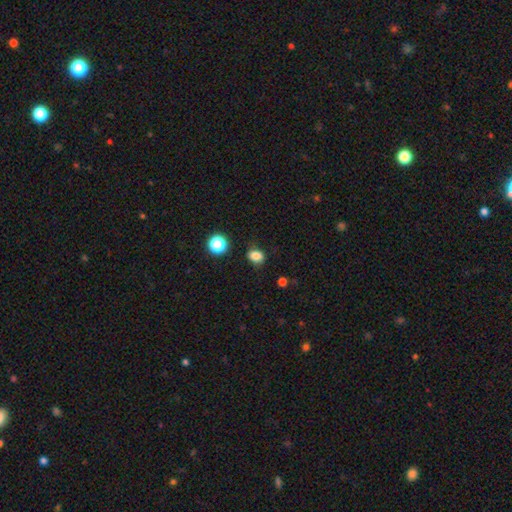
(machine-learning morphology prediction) smooth_or_featured: smooth (p=0.83) [alt: star or artifact p=0.12]
how_rounded: in between (p=0.59) [alt: round p=0.40]
merging: none (p=0.78) [alt: minor disturbance p=0.16]